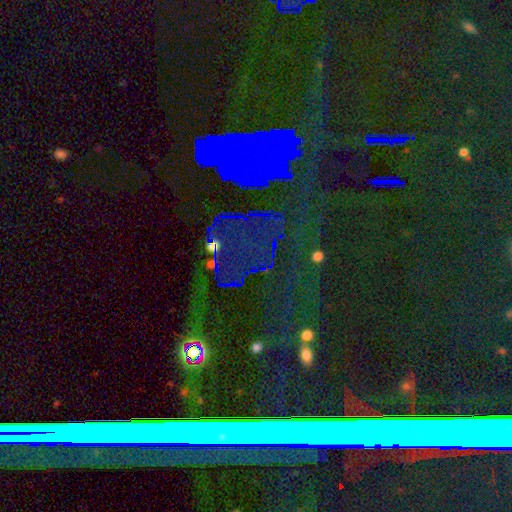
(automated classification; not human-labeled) This is likely a star or artifact rather than a galaxy (72%).